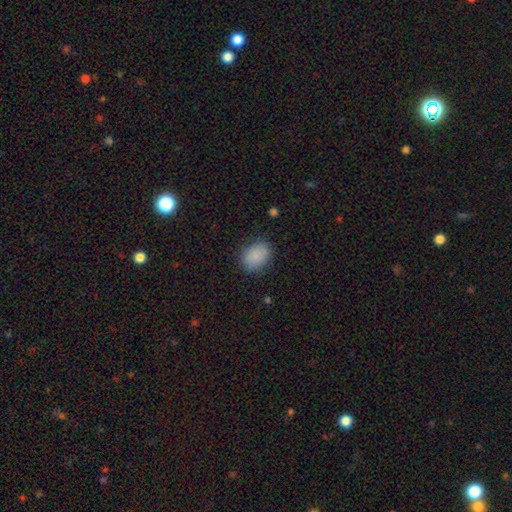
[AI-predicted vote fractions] Smooth or featured? smooth (88%)
How rounded? in between (63%)
Merging? none (82%)